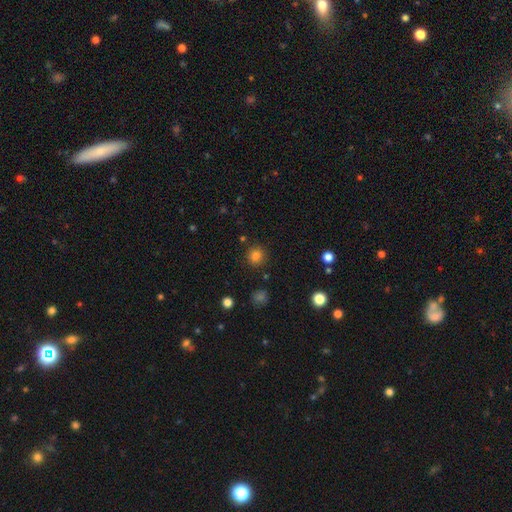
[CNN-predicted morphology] The model was most divided on "smooth or featured": smooth: 82%, star or artifact: 14%, featured or disk: 5%. More confident: how rounded — round (90%); merging — none (87%).